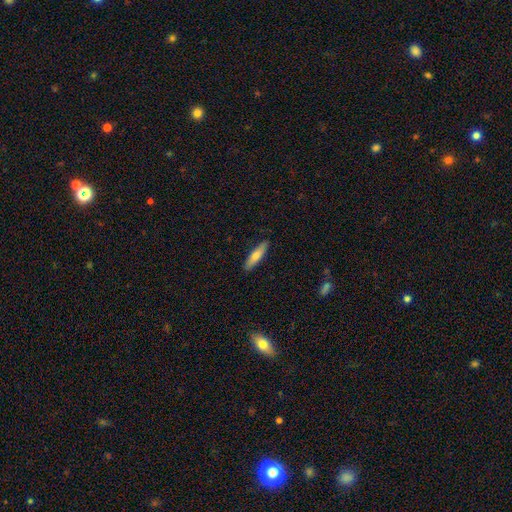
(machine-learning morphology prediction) Smooth or featured?
  - smooth: 68% *
  - featured or disk: 26%
  - star or artifact: 6%
How rounded?
  - cigar-shaped: 75% *
  - in between: 24%
  - round: 2%
Merging?
  - none: 89% *
  - minor disturbance: 9%
  - major disturbance: 2%
  - merger: 1%